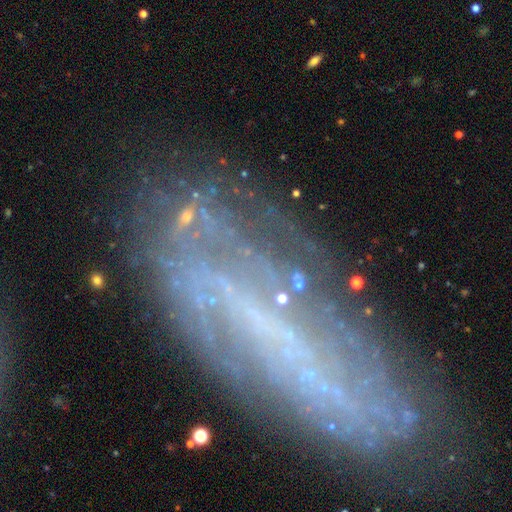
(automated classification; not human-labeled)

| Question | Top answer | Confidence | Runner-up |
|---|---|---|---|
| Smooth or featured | featured or disk | 69% | smooth (16%) |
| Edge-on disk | no | 87% | yes (13%) |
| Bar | no | 51% | weak (28%) |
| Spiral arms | yes | 65% | no (35%) |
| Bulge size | none | 53% | small (35%) |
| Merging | none | 63% | minor disturbance (21%) |